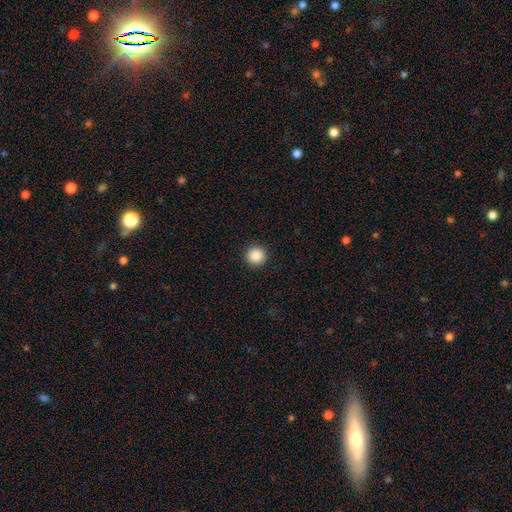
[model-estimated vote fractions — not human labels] This is clearly a smooth galaxy (89%). How rounded: clearly round (96%). Merging: clearly none (93%).